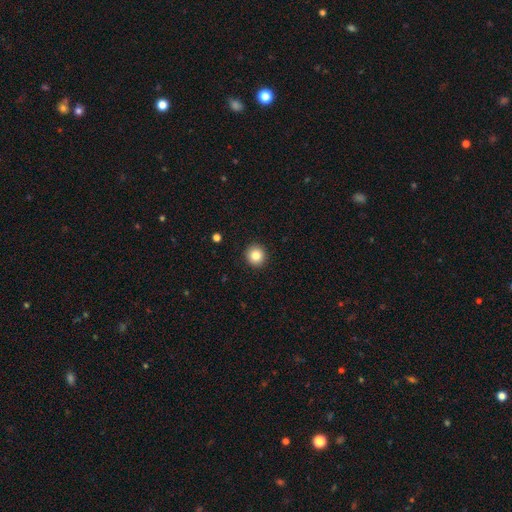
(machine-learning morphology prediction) Overall: smooth (84%). How rounded: round (94%). Merging: none (93%).